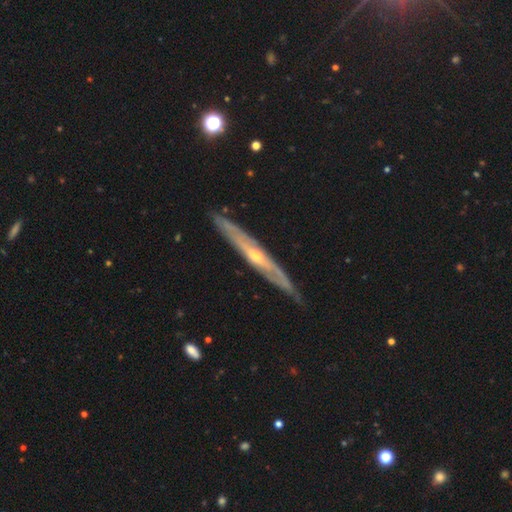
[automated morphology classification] featured or disk 79%, smooth 15%, star or artifact 6%. Down the decision tree: edge-on disk — yes (79%); edge-on bulge — rounded (67%); merging — none (82%).